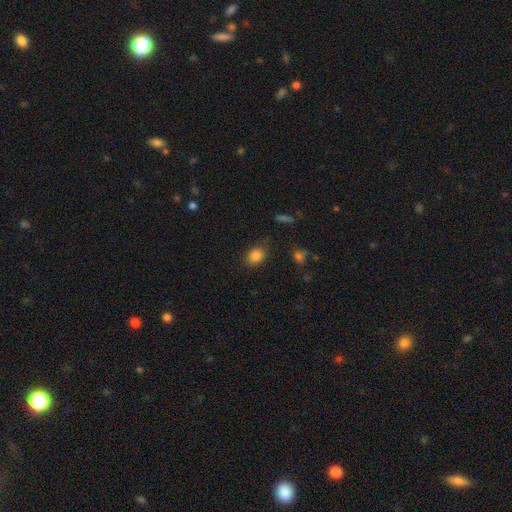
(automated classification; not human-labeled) Smooth or featured: smooth — 84% (star or artifact — 10%)
How rounded: in between — 60% (round — 39%)
Merging: none — 82% (minor disturbance — 12%)